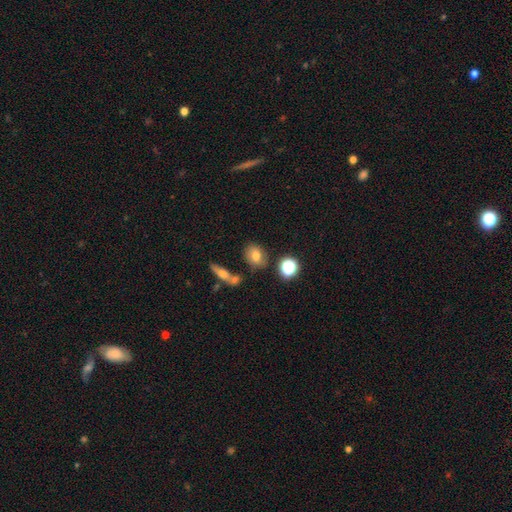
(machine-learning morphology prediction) Smooth or featured? Predicted: smooth (p=0.73). How rounded? Predicted: in between (p=0.51). Merging? Predicted: none (p=0.73).